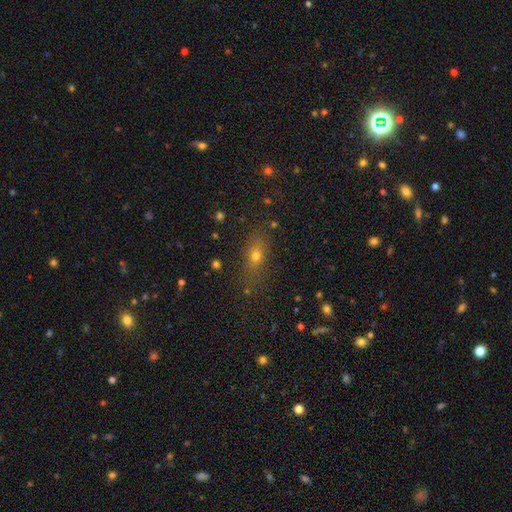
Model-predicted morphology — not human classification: The model was most divided on "how rounded": in between: 59%, round: 23%, cigar-shaped: 18%. More confident: merging — none (75%); smooth or featured — smooth (64%).